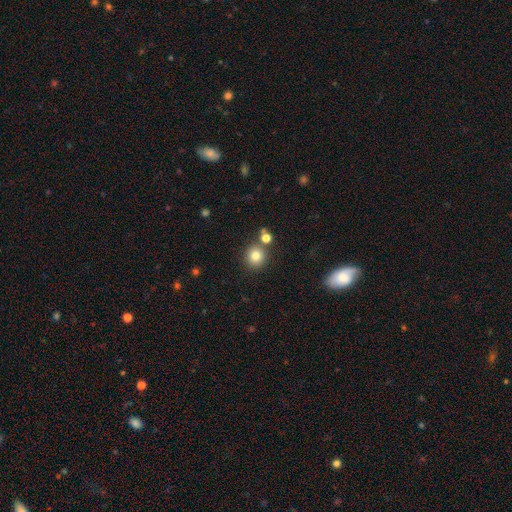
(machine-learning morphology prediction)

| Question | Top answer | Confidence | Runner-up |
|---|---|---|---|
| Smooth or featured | smooth | 80% | star or artifact (13%) |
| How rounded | round | 88% | in between (11%) |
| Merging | none | 79% | merger (11%) |